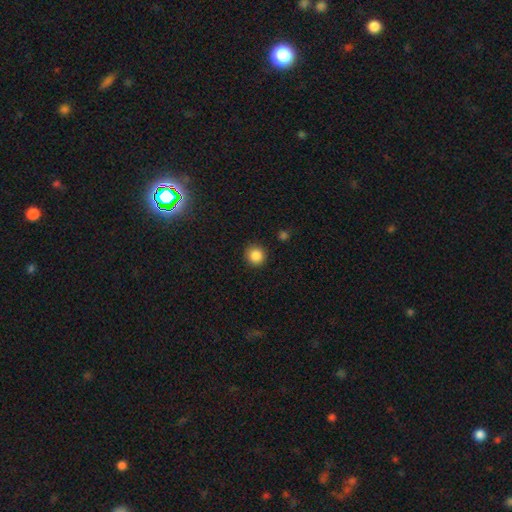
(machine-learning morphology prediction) type=smooth (87%); roundness=round (94%); merging=none (91%).